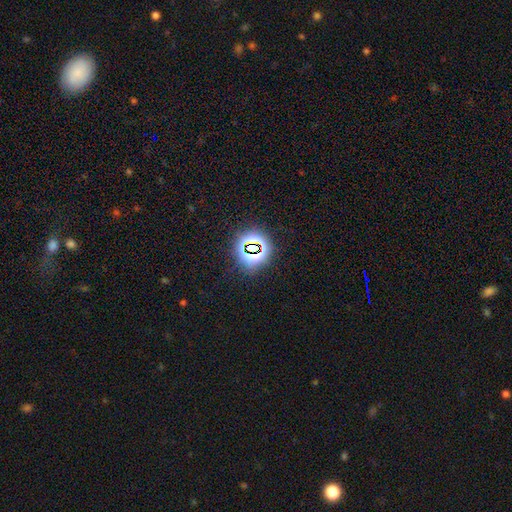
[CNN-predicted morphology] Overall: star or artifact (73%).